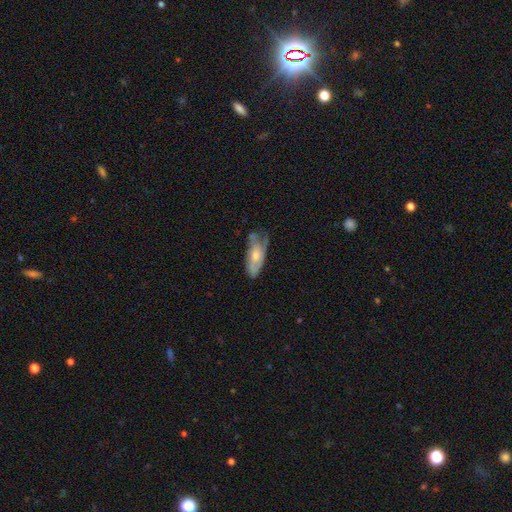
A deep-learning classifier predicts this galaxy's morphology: A featured or disk galaxy (55%). Merging: none (51%).